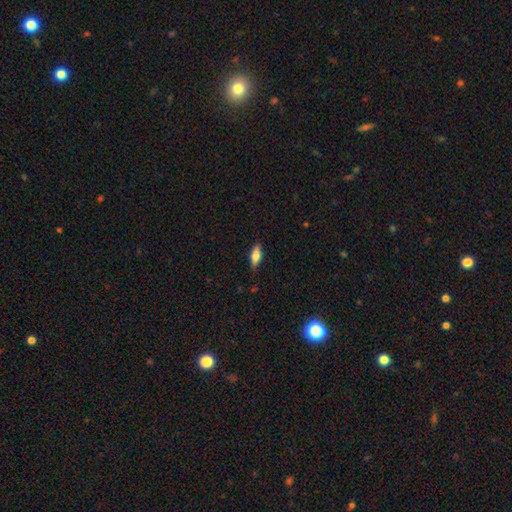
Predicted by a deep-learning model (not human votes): smooth_or_featured: smooth (p=0.69) [alt: featured or disk p=0.24]
how_rounded: in between (p=0.71) [alt: cigar-shaped p=0.26]
merging: none (p=0.85) [alt: minor disturbance p=0.12]